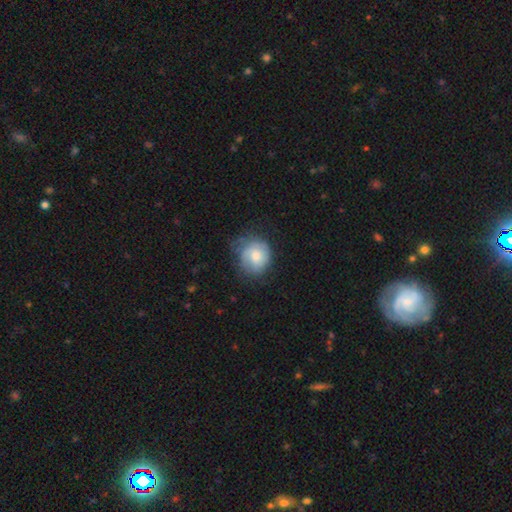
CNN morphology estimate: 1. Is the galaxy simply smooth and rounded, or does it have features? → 62% smooth, 31% featured or disk, 7% star or artifact.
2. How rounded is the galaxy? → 74% round, 25% in between, 1% cigar-shaped.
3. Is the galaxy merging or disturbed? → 53% none, 31% minor disturbance, 14% major disturbance, 2% merger.